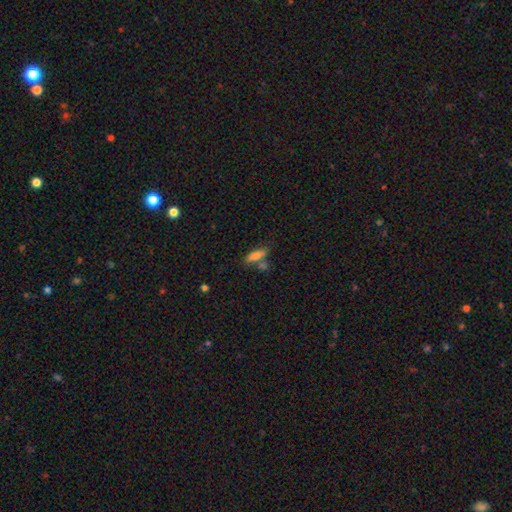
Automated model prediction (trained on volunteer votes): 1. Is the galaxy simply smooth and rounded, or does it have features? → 76% smooth, 16% featured or disk, 8% star or artifact.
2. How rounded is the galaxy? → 58% in between, 39% cigar-shaped, 3% round.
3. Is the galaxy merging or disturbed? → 55% none, 24% merger, 16% minor disturbance, 5% major disturbance.